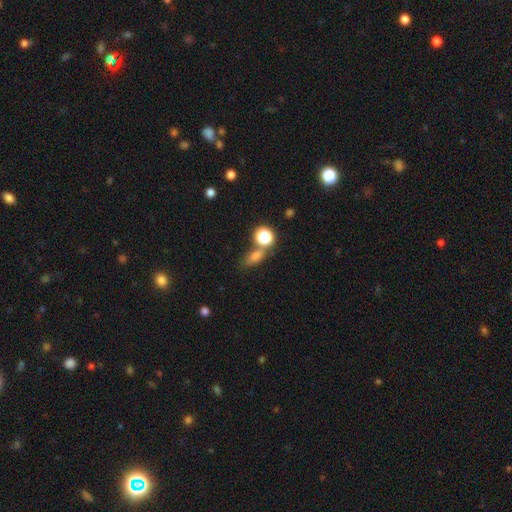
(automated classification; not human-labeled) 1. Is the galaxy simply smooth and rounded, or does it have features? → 72% smooth, 19% star or artifact, 9% featured or disk.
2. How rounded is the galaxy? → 68% in between, 24% round, 8% cigar-shaped.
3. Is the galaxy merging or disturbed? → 56% none, 23% merger, 14% minor disturbance, 7% major disturbance.